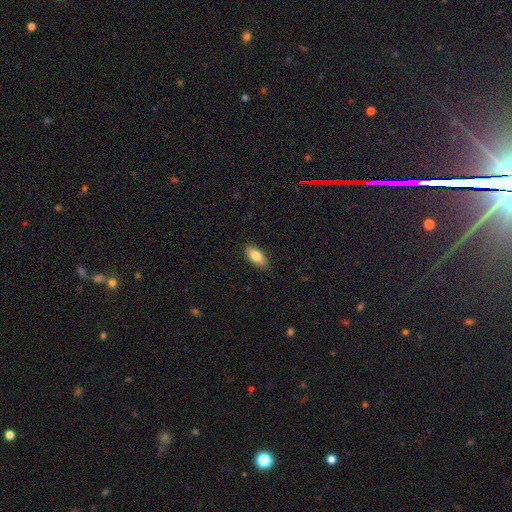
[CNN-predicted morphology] Q: Smooth or featured?
A: smooth (82%); runner-up: featured or disk (12%)
Q: How rounded?
A: in between (84%); runner-up: cigar-shaped (13%)
Q: Merging?
A: none (86%); runner-up: minor disturbance (11%)